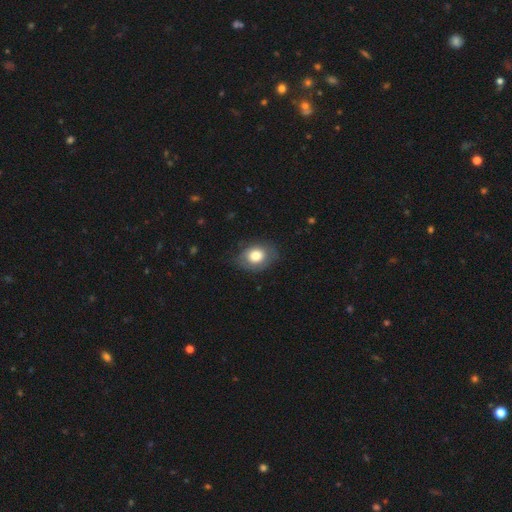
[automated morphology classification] Smooth or featured? smooth (74%)
How rounded? in between (57%)
Merging? none (74%)